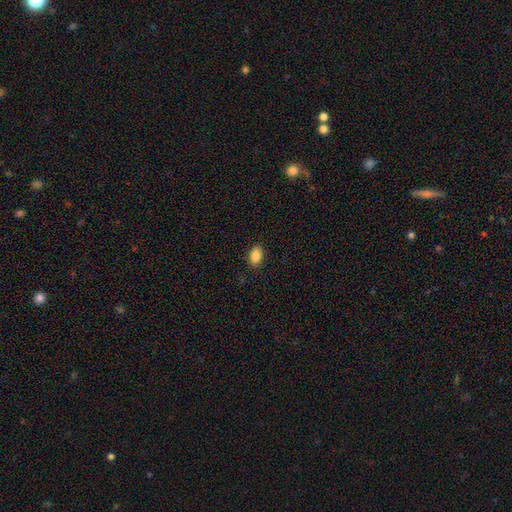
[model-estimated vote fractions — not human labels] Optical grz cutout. It shows a smooth galaxy with no disk features (87%) that is in between round and cigar-shaped (88%). Merging: none (89%).